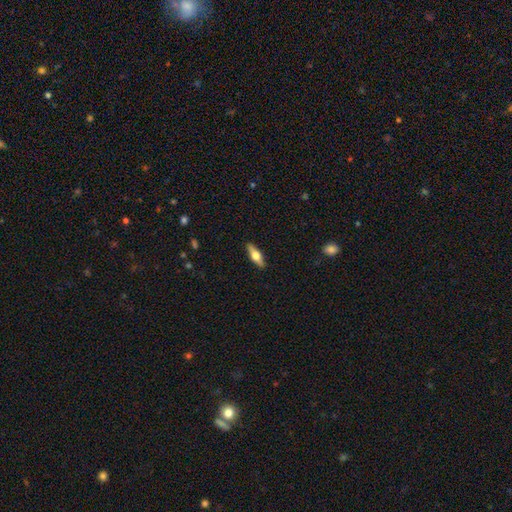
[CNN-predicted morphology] A featured or disk galaxy (48%).

Vote fractions:
- Smooth or featured? featured or disk: 48% / smooth: 46% / star or artifact: 6%
- Merging? none: 89% / minor disturbance: 8% / major disturbance: 2% / merger: 1%